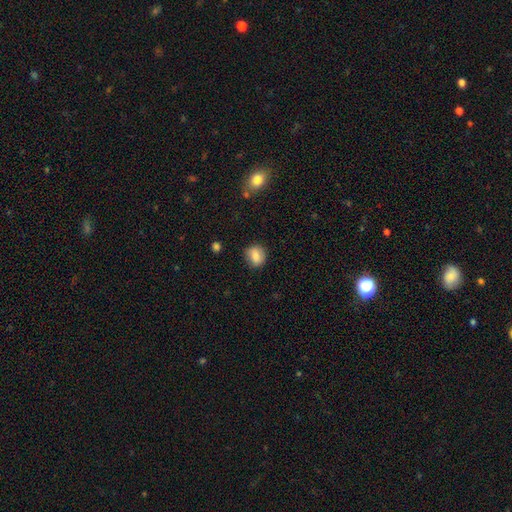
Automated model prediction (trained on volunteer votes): smooth 82%, featured or disk 9%, star or artifact 9%. Down the decision tree: how rounded — round (69%); merging — none (82%).